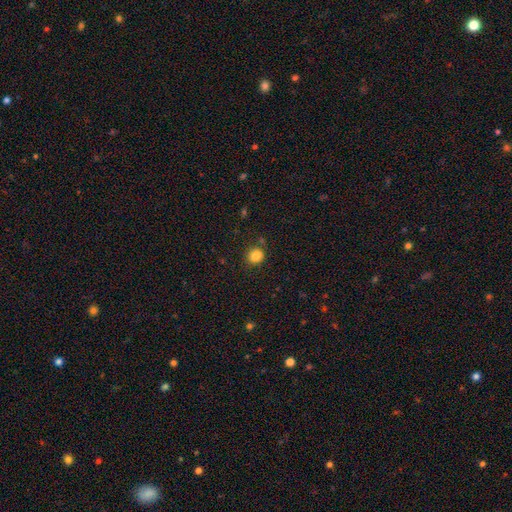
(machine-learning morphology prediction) Smooth or featured: smooth — 84% (star or artifact — 11%)
How rounded: round — 86% (in between — 14%)
Merging: none — 84% (minor disturbance — 9%)